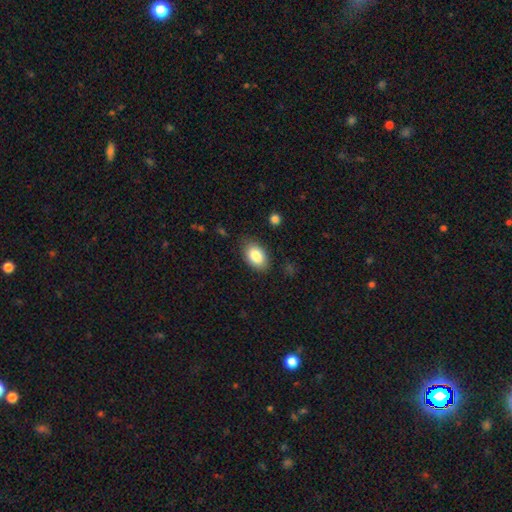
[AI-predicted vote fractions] The model was most divided on "merging": none: 82%, minor disturbance: 13%, major disturbance: 3%, merger: 1%. More confident: how rounded — in between (90%); smooth or featured — smooth (85%).